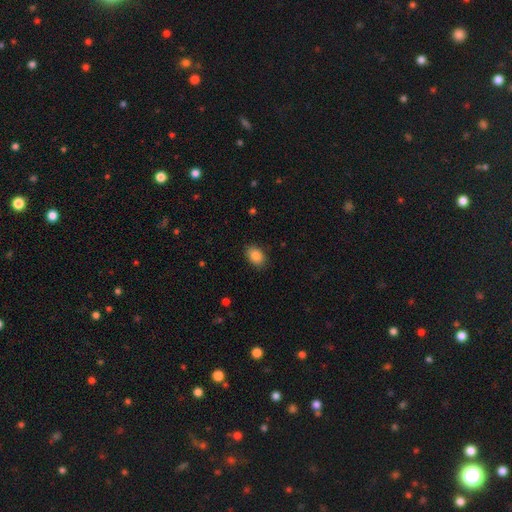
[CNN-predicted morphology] Smooth or featured: smooth — 86% (star or artifact — 8%)
How rounded: in between — 81% (round — 17%)
Merging: none — 87% (minor disturbance — 10%)